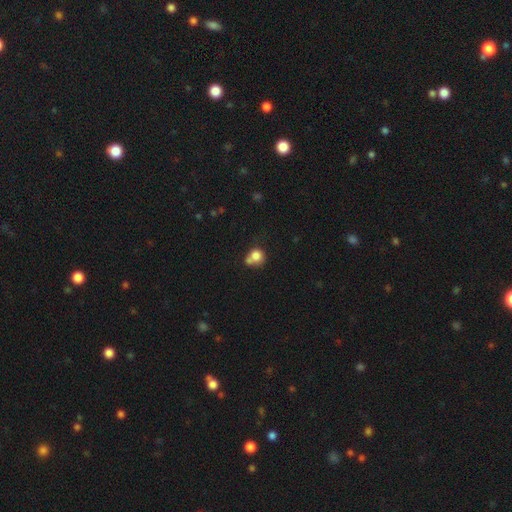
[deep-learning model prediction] This appears to be a smooth galaxy with no disk features (79%) that is round (75%). Merging: none (40%).